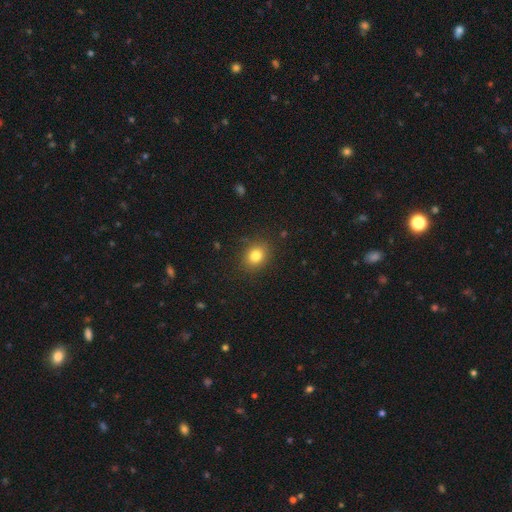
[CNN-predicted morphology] smooth_or_featured: smooth (p=0.82) [alt: star or artifact p=0.11]
how_rounded: round (p=0.54) [alt: in between p=0.45]
merging: none (p=0.85) [alt: minor disturbance p=0.10]